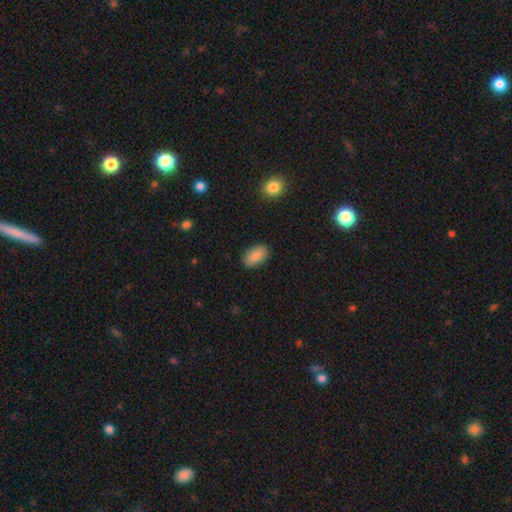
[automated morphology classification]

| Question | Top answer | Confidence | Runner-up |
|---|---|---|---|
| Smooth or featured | smooth | 84% | featured or disk (9%) |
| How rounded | in between | 91% | round (7%) |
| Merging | none | 87% | minor disturbance (9%) |